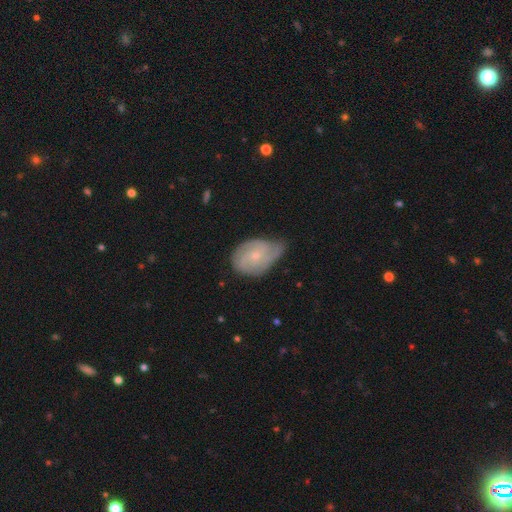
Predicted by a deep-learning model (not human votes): A featured or disk galaxy (73%) with no bar (71%), 3 (30%) tight (57%) spiral arms (93%) and a small central bulge (73%). Merging: none (54%).